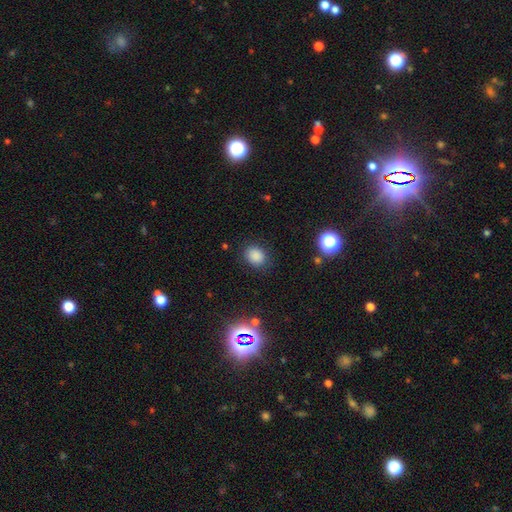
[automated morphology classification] The model was most divided on "how rounded": round: 55%, in between: 44%, cigar-shaped: 1%. More confident: merging — none (84%); smooth or featured — smooth (83%).